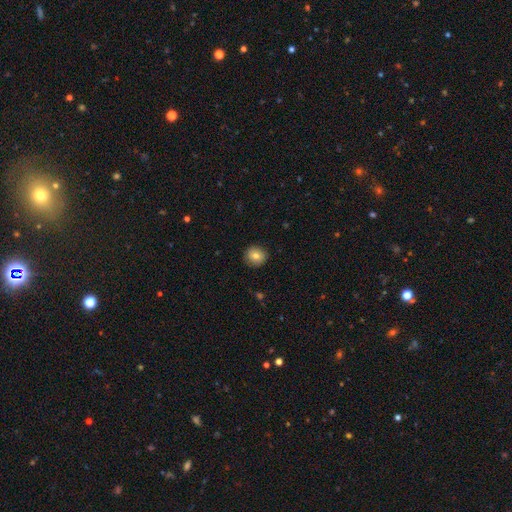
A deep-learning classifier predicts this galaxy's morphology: Overall: smooth (79%). How rounded: round (90%). Merging: none (90%).